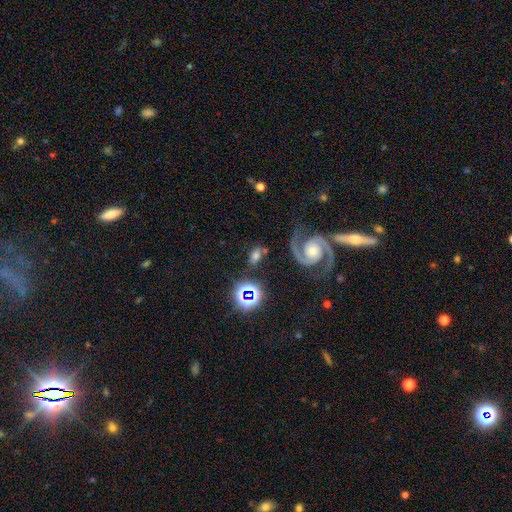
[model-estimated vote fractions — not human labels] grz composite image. It shows a smooth galaxy with no disk features (42%). Merging: none (69%).